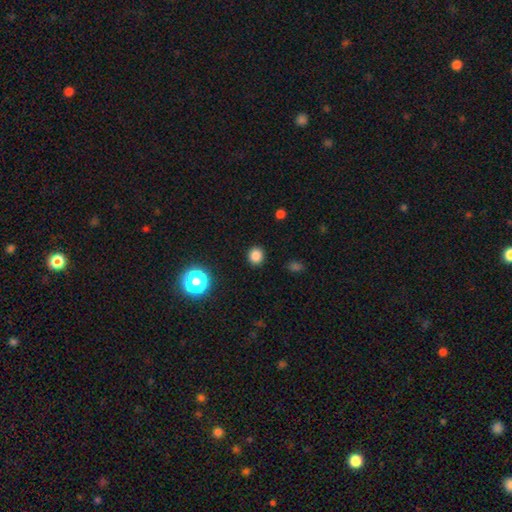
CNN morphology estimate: smooth 83%, star or artifact 14%, featured or disk 4%. Down the decision tree: how rounded — round (82%); merging — none (90%).